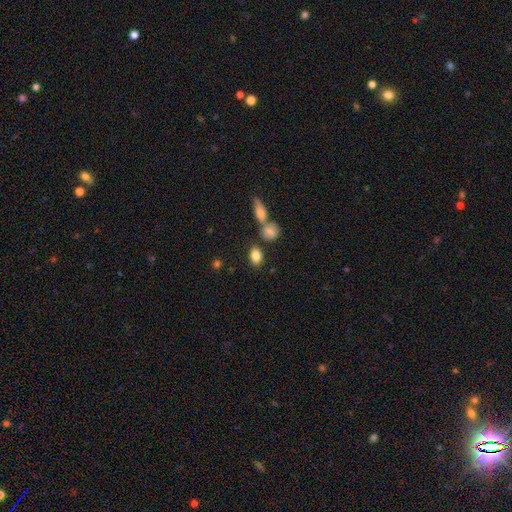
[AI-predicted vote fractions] smooth 83%, star or artifact 9%, featured or disk 8%. Down the decision tree: how rounded — in between (79%); merging — none (73%).